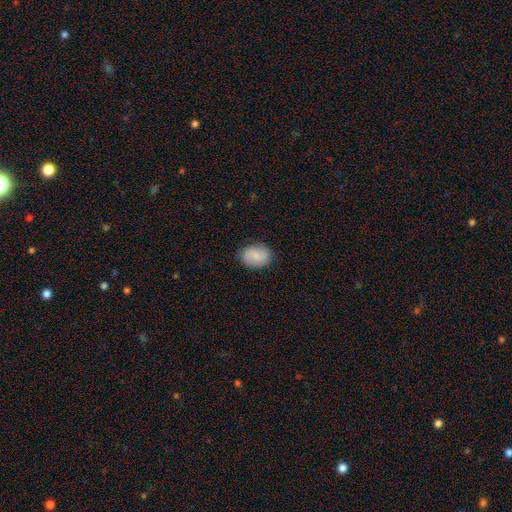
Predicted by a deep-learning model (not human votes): Smooth or featured? smooth (70%)
How rounded? in between (65%)
Merging? none (83%)